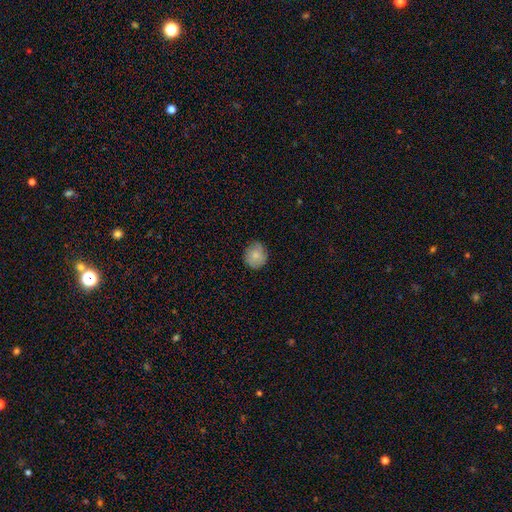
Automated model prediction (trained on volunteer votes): Q: Smooth or featured?
A: smooth (80%); runner-up: featured or disk (13%)
Q: How rounded?
A: round (83%); runner-up: in between (16%)
Q: Merging?
A: none (80%); runner-up: minor disturbance (16%)